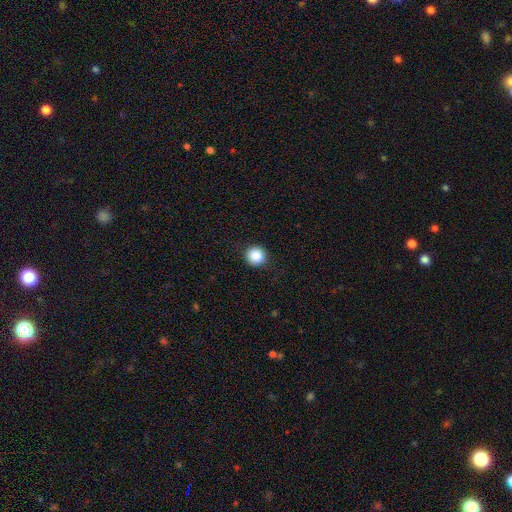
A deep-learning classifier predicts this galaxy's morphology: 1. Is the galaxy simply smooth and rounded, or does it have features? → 86% smooth, 9% star or artifact, 4% featured or disk.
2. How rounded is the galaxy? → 95% round, 4% in between, 1% cigar-shaped.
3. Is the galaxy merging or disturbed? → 91% none, 6% minor disturbance, 2% major disturbance, 1% merger.